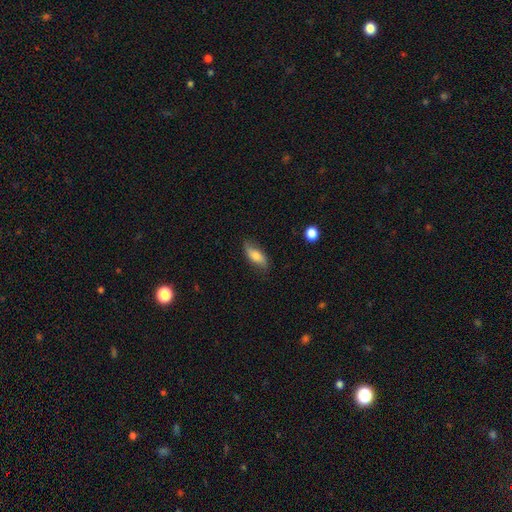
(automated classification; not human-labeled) Smooth or featured: smooth — 61% (featured or disk — 31%)
How rounded: in between — 75% (cigar-shaped — 21%)
Merging: none — 73% (minor disturbance — 21%)